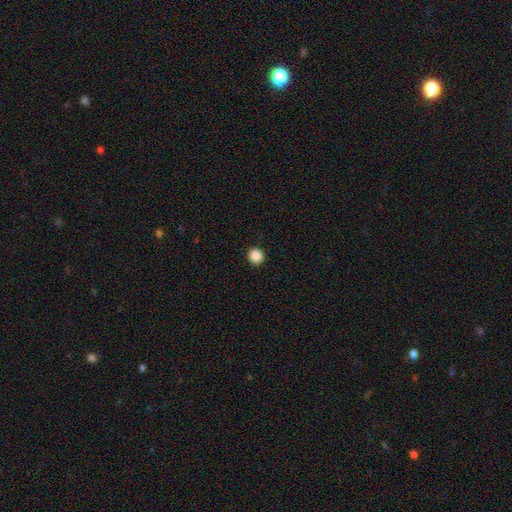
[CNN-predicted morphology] This appears to be a smooth galaxy with no disk features (87%) that is round (93%). Merging: none (93%).